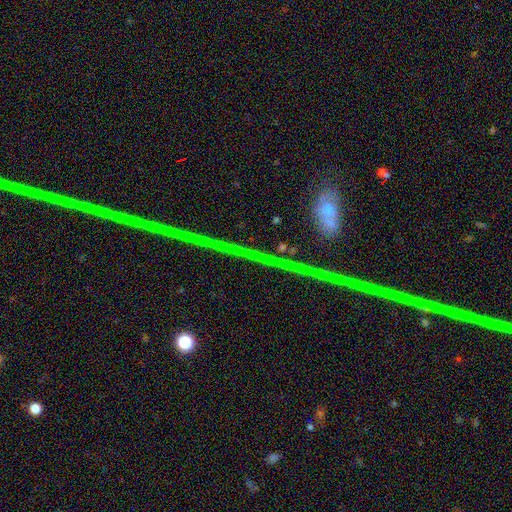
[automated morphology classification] type=star or artifact (75%).